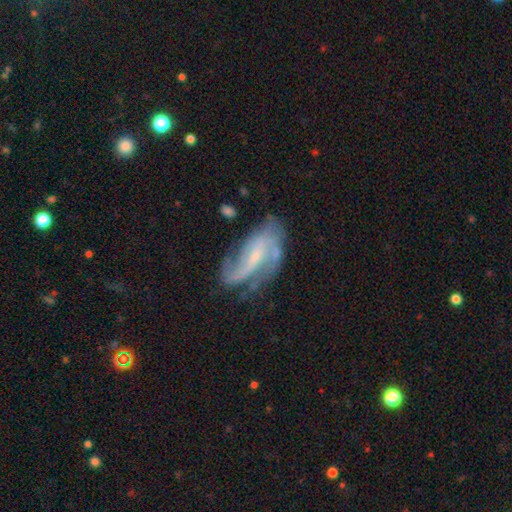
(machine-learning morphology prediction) Smooth or featured? Predicted: featured or disk (p=0.80). Edge-on disk? Predicted: no (p=0.94). Bar? Predicted: weak (p=0.45). Spiral arms? Predicted: yes (p=0.91). Spiral winding? Predicted: medium (p=0.41). Spiral arm count? Predicted: 2 (p=0.55). Bulge size? Predicted: small (p=0.62). Merging? Predicted: none (p=0.54).